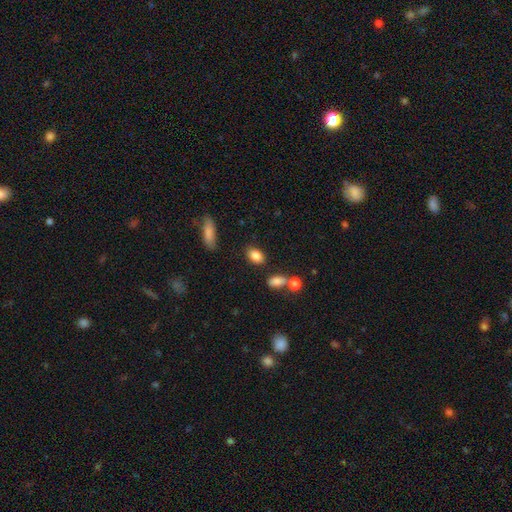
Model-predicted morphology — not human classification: Smooth or featured? smooth (85%)
How rounded? in between (83%)
Merging? none (80%)